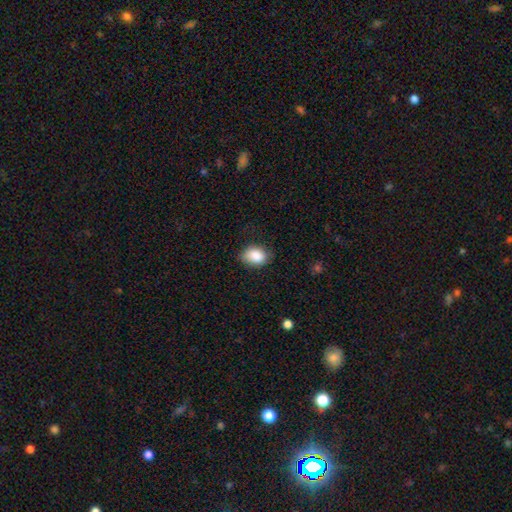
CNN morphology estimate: Q: Smooth or featured?
A: smooth (87%); runner-up: star or artifact (8%)
Q: How rounded?
A: in between (75%); runner-up: round (24%)
Q: Merging?
A: none (74%); runner-up: minor disturbance (21%)